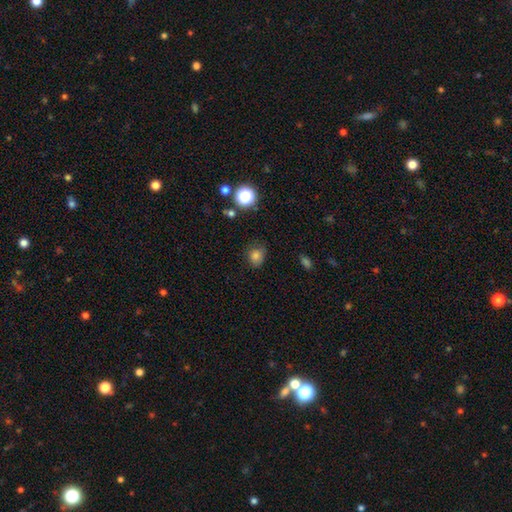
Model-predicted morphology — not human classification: Smooth or featured? Predicted: smooth (p=0.80). How rounded? Predicted: round (p=0.63). Merging? Predicted: none (p=0.71).